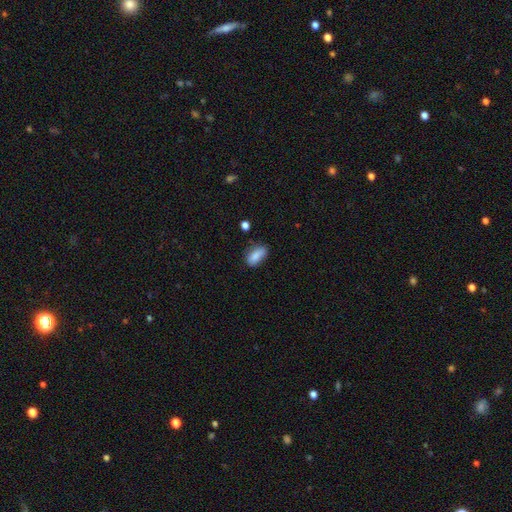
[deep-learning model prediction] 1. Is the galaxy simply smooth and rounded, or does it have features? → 84% smooth, 8% featured or disk, 8% star or artifact.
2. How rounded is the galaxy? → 89% in between, 6% cigar-shaped, 5% round.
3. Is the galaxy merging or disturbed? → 63% none, 28% minor disturbance, 6% major disturbance, 3% merger.